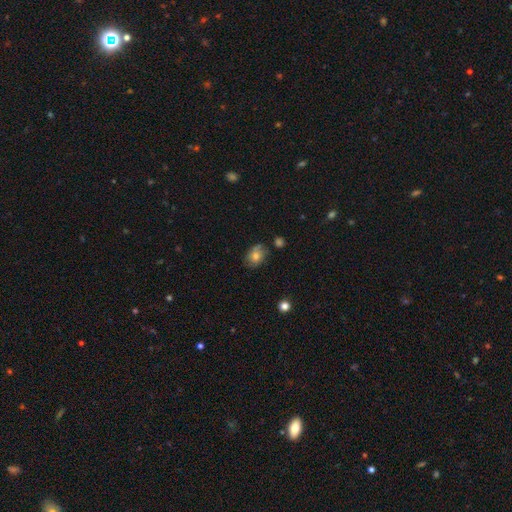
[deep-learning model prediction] This is likely a smooth galaxy (70%). How rounded: possibly in between (59%). Merging: likely none (68%).